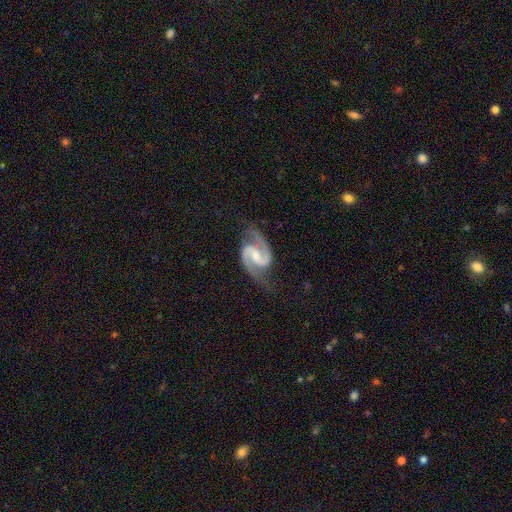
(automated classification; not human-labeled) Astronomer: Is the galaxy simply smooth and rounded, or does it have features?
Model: featured or disk — 94%.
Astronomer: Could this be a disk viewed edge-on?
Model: no — 98%.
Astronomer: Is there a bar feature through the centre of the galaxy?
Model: weak — 51% (runner-up: strong, 27%).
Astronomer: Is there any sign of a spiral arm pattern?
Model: yes — 99%.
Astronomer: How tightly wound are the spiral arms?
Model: medium — 64%.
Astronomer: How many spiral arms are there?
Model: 2 — 95%.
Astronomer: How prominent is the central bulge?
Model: small — 44%, tied with moderate at 44%.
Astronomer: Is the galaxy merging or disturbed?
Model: none — 76%.